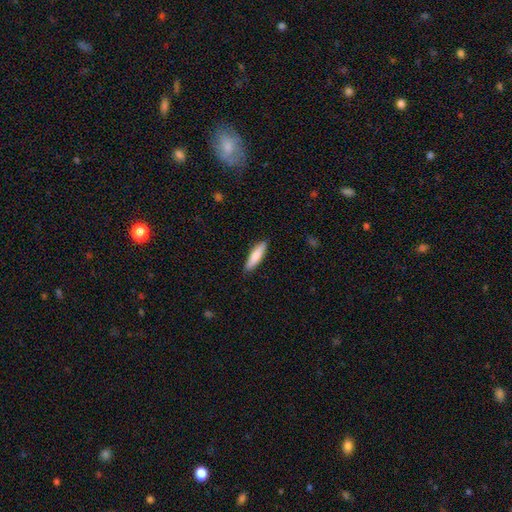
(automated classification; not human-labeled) Smooth or featured? smooth (80%)
How rounded? cigar-shaped (71%)
Merging? none (89%)